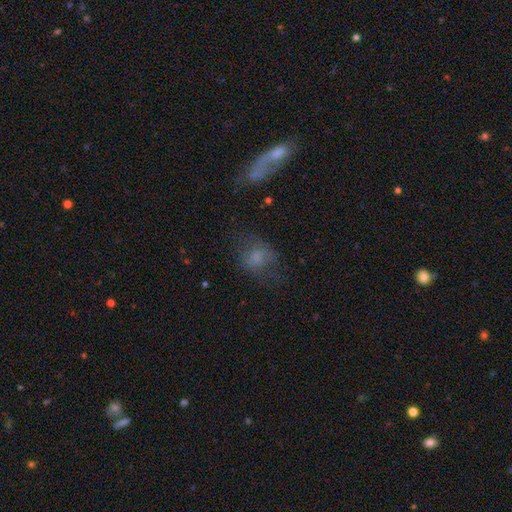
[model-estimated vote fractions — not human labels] A smooth galaxy with no disk features (59%) that is in between round and cigar-shaped (60%). Merging: none (49%).